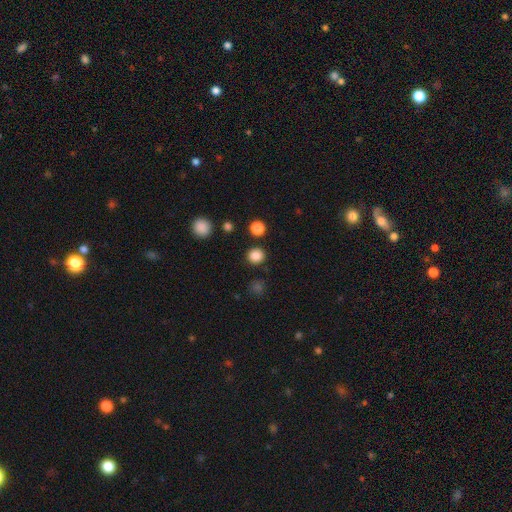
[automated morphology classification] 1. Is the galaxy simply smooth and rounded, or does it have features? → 84% smooth, 13% star or artifact, 3% featured or disk.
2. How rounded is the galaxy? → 89% round, 10% in between, 1% cigar-shaped.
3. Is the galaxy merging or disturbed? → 89% none, 6% minor disturbance, 3% merger, 3% major disturbance.